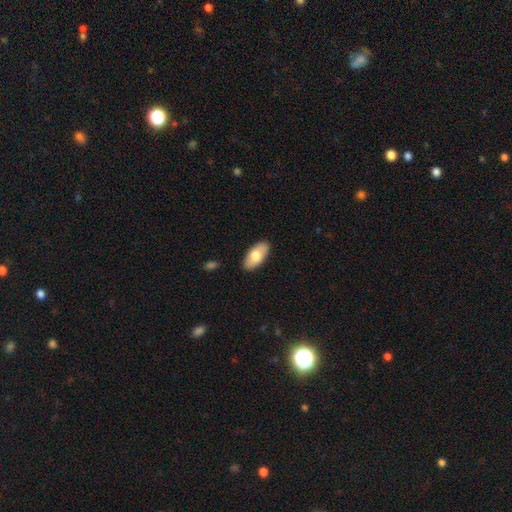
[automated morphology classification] Smooth or featured? smooth (73%)
How rounded? in between (92%)
Merging? none (88%)